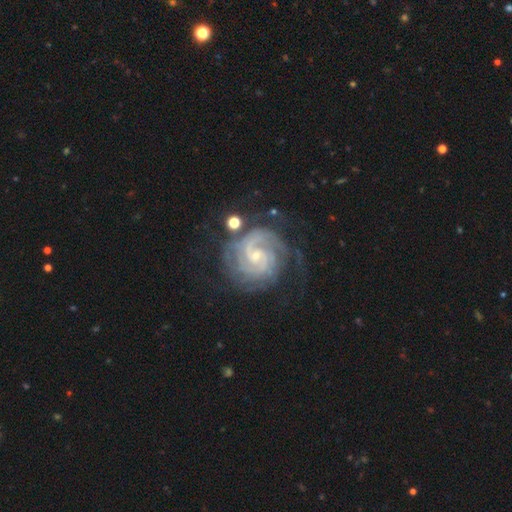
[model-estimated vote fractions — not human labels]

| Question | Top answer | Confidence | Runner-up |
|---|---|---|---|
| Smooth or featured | featured or disk | 90% | star or artifact (6%) |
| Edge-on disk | no | 98% | yes (2%) |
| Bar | no | 51% | weak (38%) |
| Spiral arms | yes | 98% | no (2%) |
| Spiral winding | tight | 75% | medium (22%) |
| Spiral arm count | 2 | 35% | 3 (23%) |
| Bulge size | small | 76% | moderate (19%) |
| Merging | none | 69% | minor disturbance (18%) |